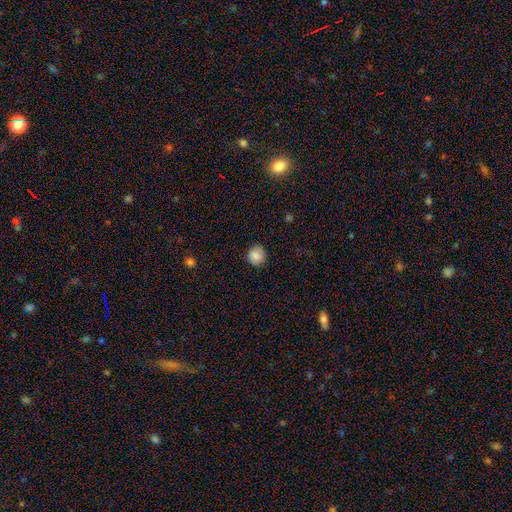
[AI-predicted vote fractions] Morphology: type=smooth (86%); roundness=round (88%); merging=none (87%).